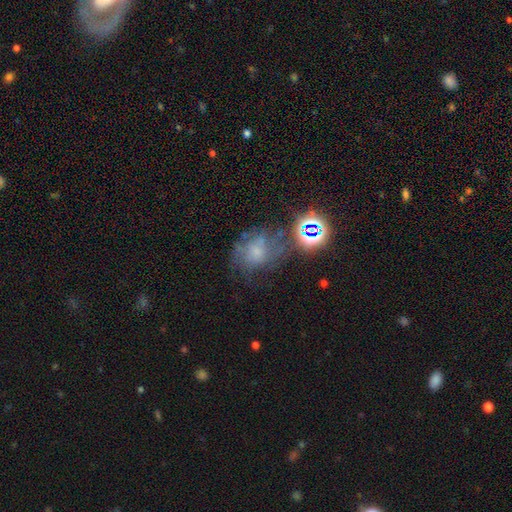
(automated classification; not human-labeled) Q: Smooth or featured?
A: featured or disk (34%); tied with: smooth (34%)
Q: Merging?
A: none (49%); runner-up: minor disturbance (22%)